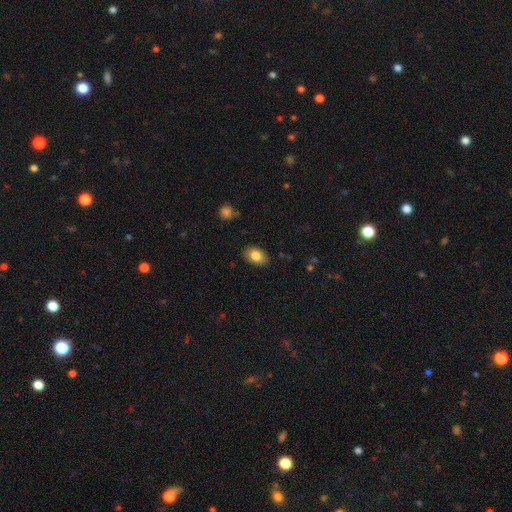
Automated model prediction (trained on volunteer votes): A smooth galaxy with no disk features (81%) that is in between round and cigar-shaped (86%).

Vote fractions:
- Smooth or featured? smooth: 81% / featured or disk: 12% / star or artifact: 7%
- How rounded? in between: 86% / round: 13% / cigar-shaped: 1%
- Merging? none: 86% / minor disturbance: 11% / major disturbance: 2% / merger: 1%